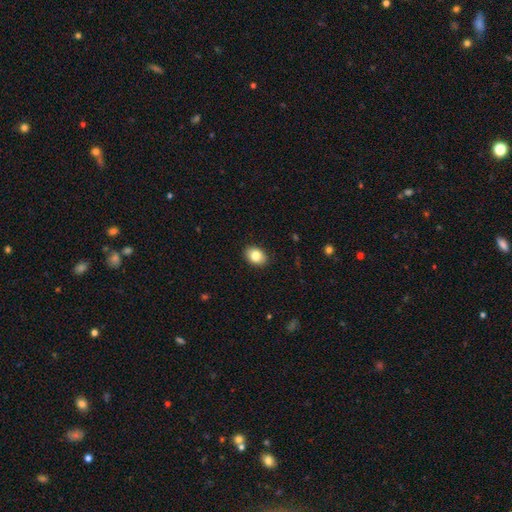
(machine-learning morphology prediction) A smooth galaxy with no disk features (84%) that is in between round and cigar-shaped (74%).

Vote fractions:
- Smooth or featured? smooth: 84% / star or artifact: 8% / featured or disk: 8%
- How rounded? in between: 74% / round: 25% / cigar-shaped: 1%
- Merging? none: 89% / minor disturbance: 8% / major disturbance: 2% / merger: 1%